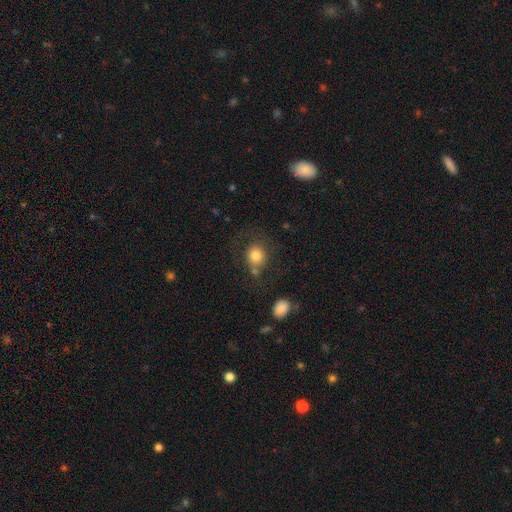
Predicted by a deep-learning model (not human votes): smooth-or-featured: smooth: 80% | featured or disk: 10% | star or artifact: 10%
  how-rounded: round: 77% | in between: 22% | cigar-shaped: 1%
  merging: none: 58% | minor disturbance: 18% | major disturbance: 12% | merger: 11%